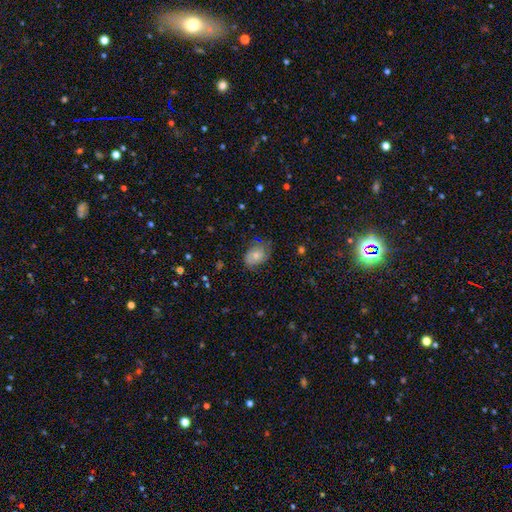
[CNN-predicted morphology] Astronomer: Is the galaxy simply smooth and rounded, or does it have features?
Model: smooth — 53% (runner-up: featured or disk, 38%).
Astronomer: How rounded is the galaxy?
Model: in between — 78%.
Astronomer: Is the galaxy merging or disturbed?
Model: none — 57%.